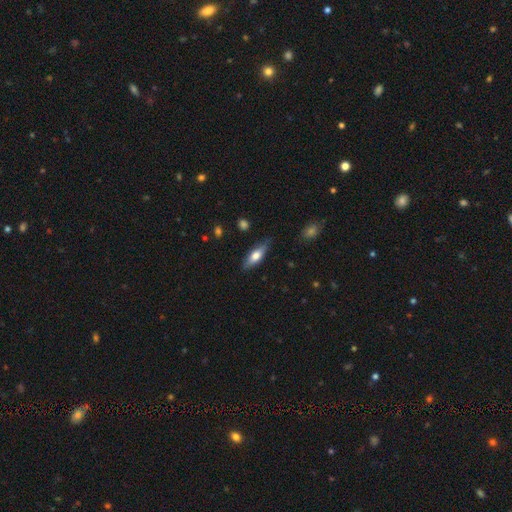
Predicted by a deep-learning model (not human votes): smooth-or-featured: smooth: 65% | featured or disk: 29% | star or artifact: 6%
  how-rounded: in between: 59% | cigar-shaped: 38% | round: 3%
  merging: none: 80% | minor disturbance: 16% | major disturbance: 3% | merger: 2%